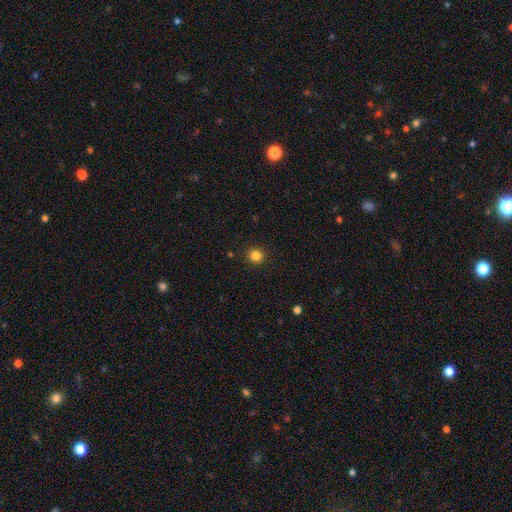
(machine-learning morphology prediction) smooth-or-featured: smooth: 84% | star or artifact: 12% | featured or disk: 4%
  how-rounded: round: 93% | in between: 7% | cigar-shaped: 1%
  merging: none: 92% | minor disturbance: 5% | major disturbance: 2% | merger: 1%